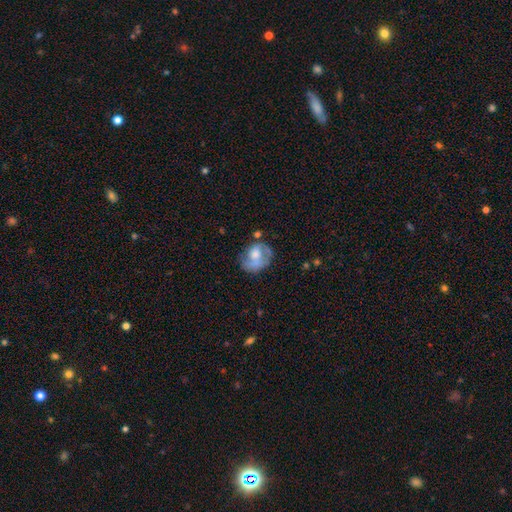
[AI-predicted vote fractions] A featured or disk galaxy (47%). Merging: none (43%).